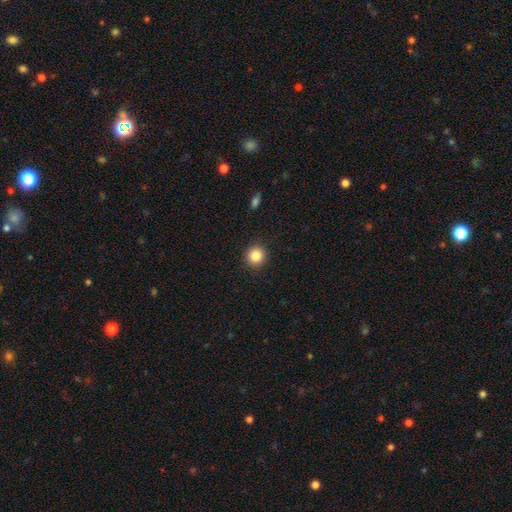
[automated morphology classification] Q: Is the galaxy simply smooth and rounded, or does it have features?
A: smooth — 85%.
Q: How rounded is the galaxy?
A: round — 92%.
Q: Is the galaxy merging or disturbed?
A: none — 91%.